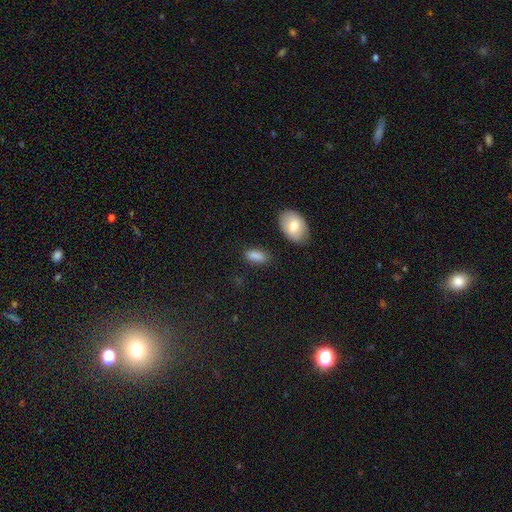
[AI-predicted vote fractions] The model was most divided on "merging": none: 78%, minor disturbance: 14%, merger: 4%, major disturbance: 4%. More confident: how rounded — in between (88%); smooth or featured — smooth (86%).